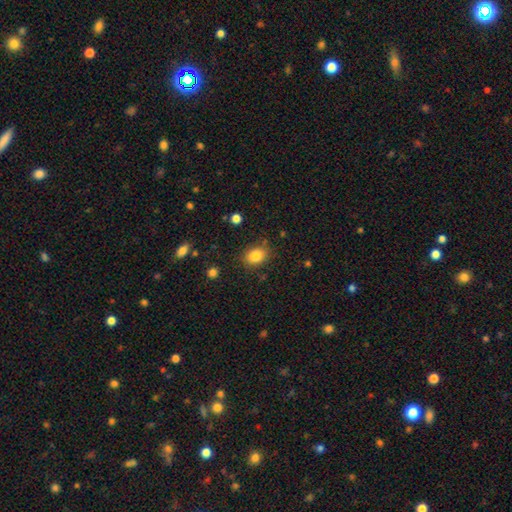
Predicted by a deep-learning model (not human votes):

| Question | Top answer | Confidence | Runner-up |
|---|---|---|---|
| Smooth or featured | smooth | 84% | star or artifact (10%) |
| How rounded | in between | 63% | round (36%) |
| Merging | none | 83% | minor disturbance (12%) |